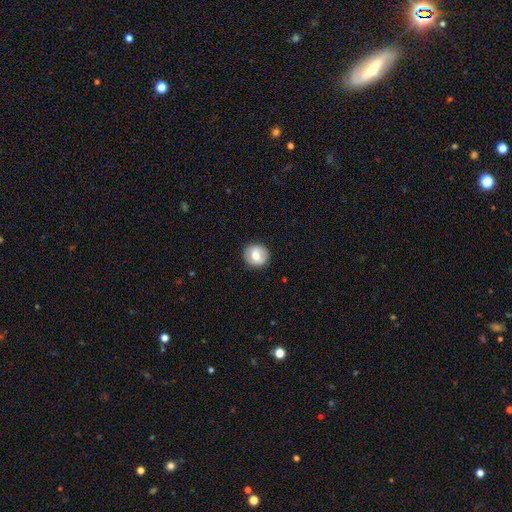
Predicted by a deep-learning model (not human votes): Q: Smooth or featured?
A: smooth (57%); runner-up: featured or disk (35%)
Q: How rounded?
A: round (86%); runner-up: in between (13%)
Q: Merging?
A: none (88%); runner-up: minor disturbance (8%)